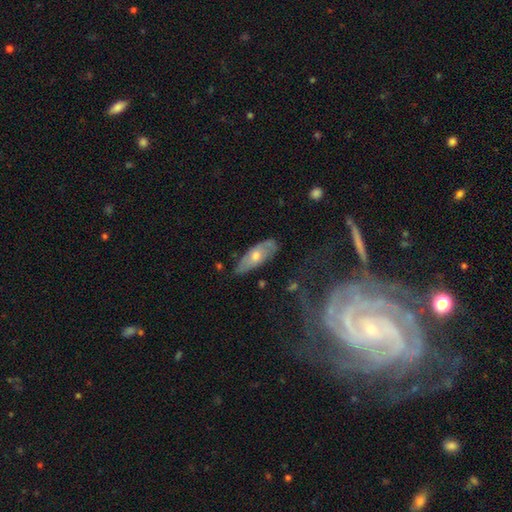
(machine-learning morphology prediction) smooth-or-featured: featured or disk: 50% | smooth: 42% | star or artifact: 8%
  disk-edge-on: no: 68% | yes: 32%
  merging: none: 72% | minor disturbance: 21% | major disturbance: 5% | merger: 2%